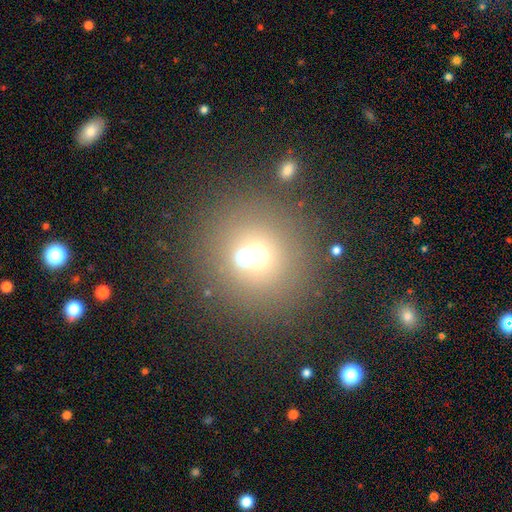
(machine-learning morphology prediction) This is likely a smooth galaxy (61%). How rounded: clearly round (92%). Merging: likely none (65%).